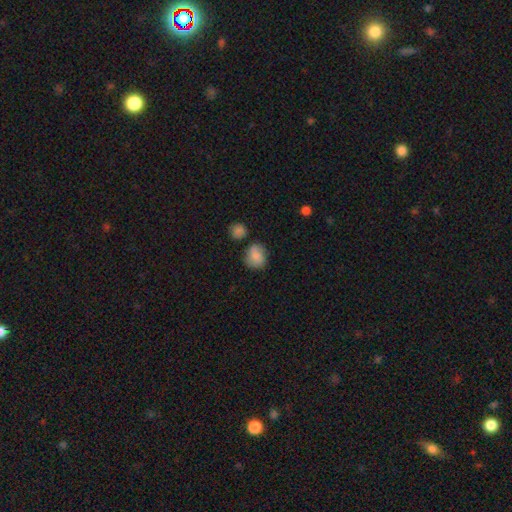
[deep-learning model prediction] A smooth galaxy with no disk features (81%) that is round (68%).

Vote fractions:
- Smooth or featured? smooth: 81% / featured or disk: 11% / star or artifact: 8%
- How rounded? round: 68% / in between: 31% / cigar-shaped: 1%
- Merging? none: 67% / minor disturbance: 21% / merger: 6% / major disturbance: 5%